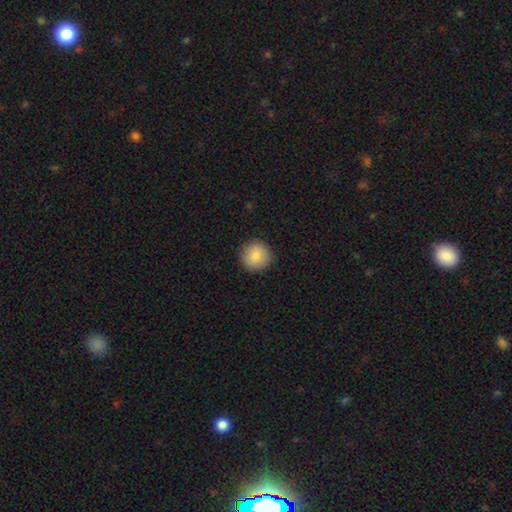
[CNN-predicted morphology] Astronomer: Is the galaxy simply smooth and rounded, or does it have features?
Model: smooth — 87%.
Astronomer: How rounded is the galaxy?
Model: round — 94%.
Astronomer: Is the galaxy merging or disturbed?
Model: none — 91%.